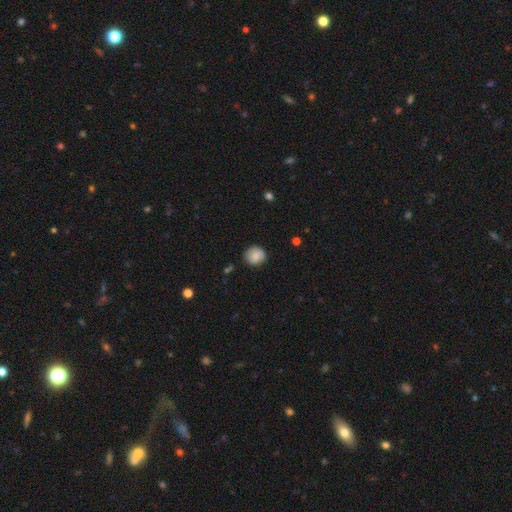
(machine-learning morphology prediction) smooth 81%, featured or disk 10%, star or artifact 8%. Down the decision tree: how rounded — round (81%); merging — none (80%).